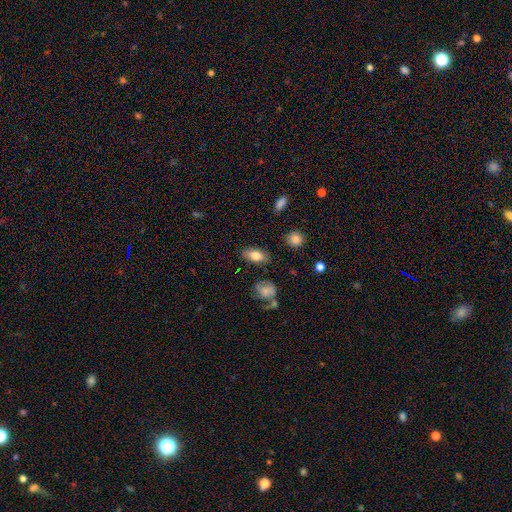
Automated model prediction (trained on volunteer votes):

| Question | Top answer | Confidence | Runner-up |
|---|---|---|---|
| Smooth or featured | smooth | 78% | featured or disk (15%) |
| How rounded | in between | 88% | cigar-shaped (6%) |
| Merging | none | 81% | minor disturbance (13%) |